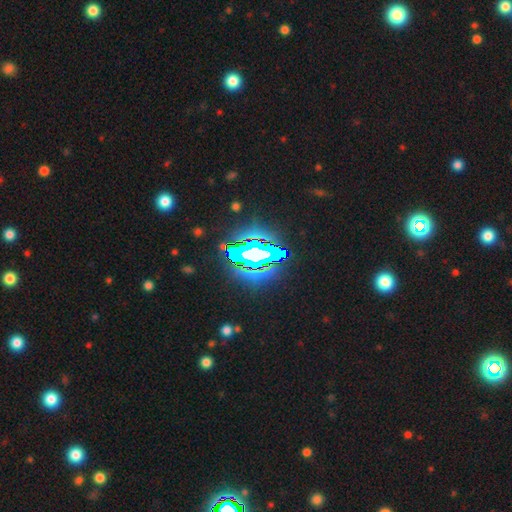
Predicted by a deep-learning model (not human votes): A star or artifact, not a galaxy (73%).

Vote fractions:
- Smooth or featured? star or artifact: 73% / featured or disk: 16% / smooth: 11%